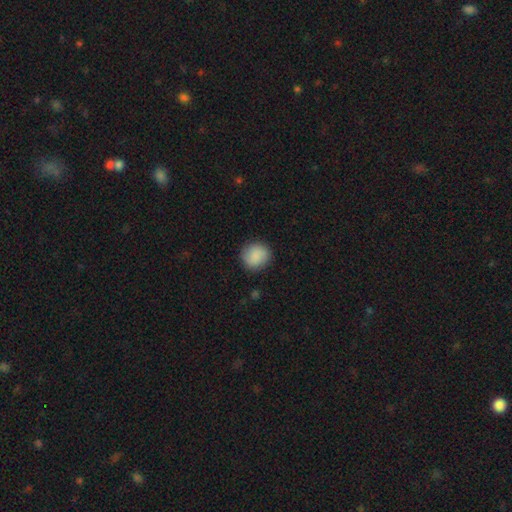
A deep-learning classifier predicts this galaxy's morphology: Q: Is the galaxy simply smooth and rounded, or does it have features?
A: smooth — 87%.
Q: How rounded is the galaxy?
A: round — 88%.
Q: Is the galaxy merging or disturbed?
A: none — 87%.